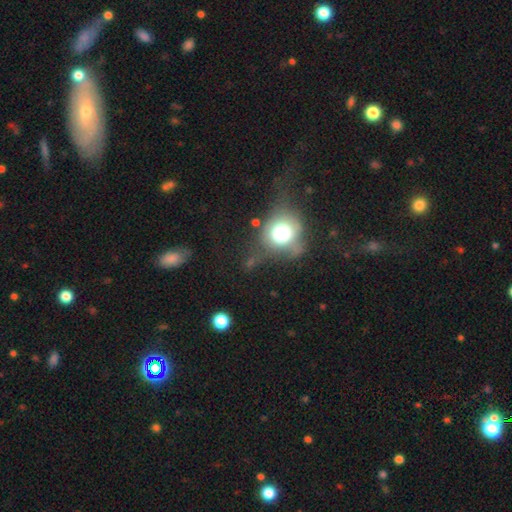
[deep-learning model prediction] A smooth galaxy with no disk features (53%) that is round (74%). Merging: none (44%).